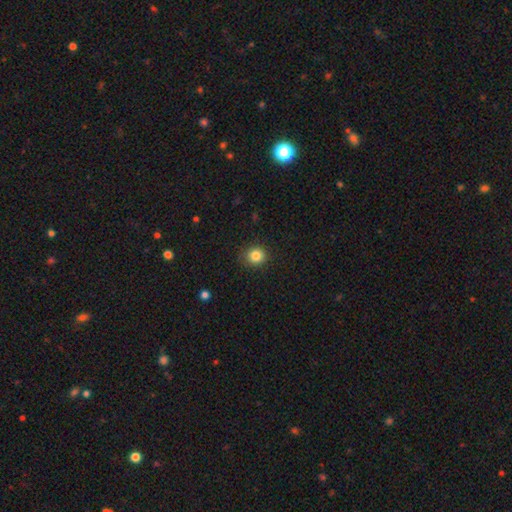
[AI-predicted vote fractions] Overall: smooth (83%). How rounded: round (84%). Merging: none (86%).